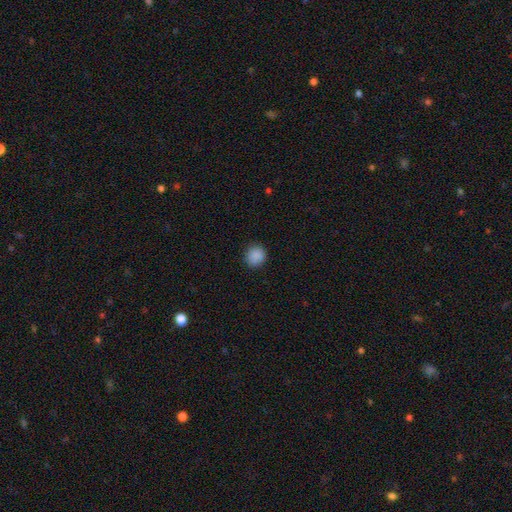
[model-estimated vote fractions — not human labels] smooth_or_featured: smooth (p=0.88) [alt: star or artifact p=0.09]
how_rounded: round (p=0.88) [alt: in between p=0.11]
merging: none (p=0.88) [alt: minor disturbance p=0.08]